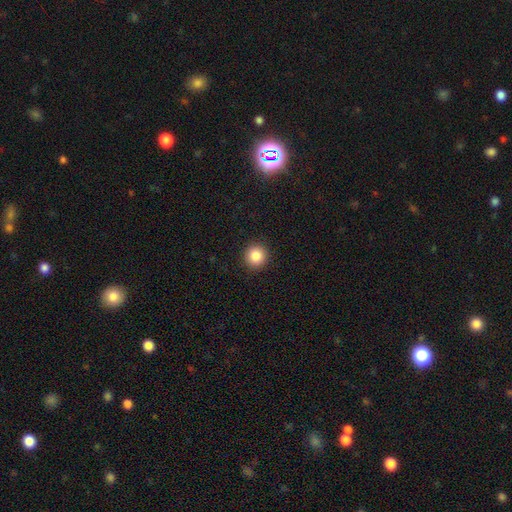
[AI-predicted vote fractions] Smooth or featured: smooth — 86% (star or artifact — 10%)
How rounded: round — 93% (in between — 6%)
Merging: none — 92% (minor disturbance — 5%)